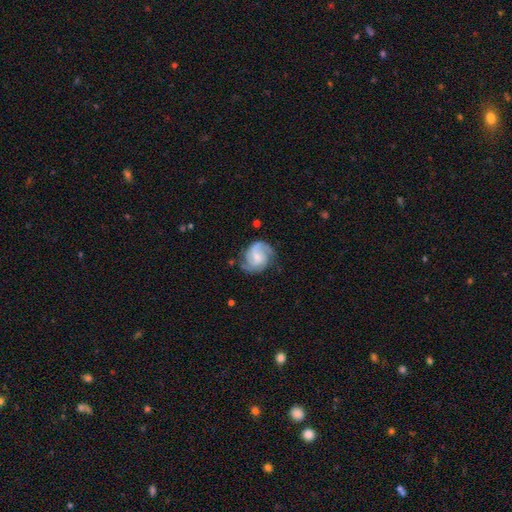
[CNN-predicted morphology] featured or disk 81%, smooth 14%, star or artifact 6%. Down the decision tree: edge-on disk — no (98%); bar — weak (50%); spiral arms — yes (96%); spiral arm count — 2 (57%); spiral winding — medium (48%); bulge size — small (56%); merging — none (66%).